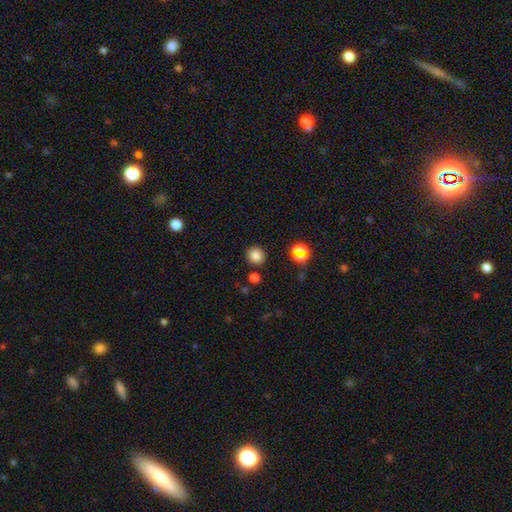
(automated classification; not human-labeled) The model was most divided on "smooth or featured": smooth: 79%, star or artifact: 15%, featured or disk: 6%. More confident: how rounded — round (90%); merging — none (87%).